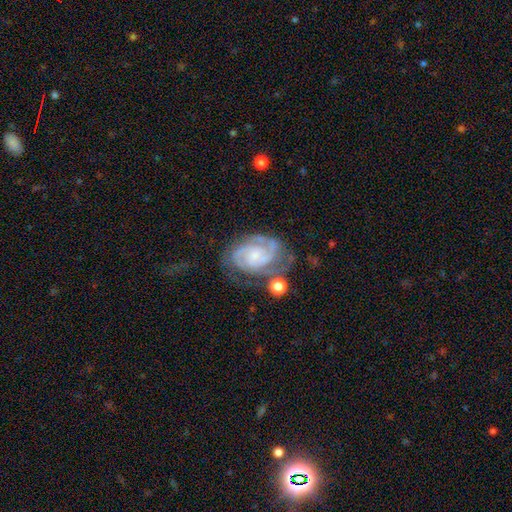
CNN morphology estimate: Smooth or featured: featured or disk — 86% (smooth — 8%)
Edge-on disk: no — 98% (yes — 2%)
Bar: no — 62% (weak — 31%)
Spiral arms: yes — 97% (no — 3%)
Spiral winding: tight — 59% (medium — 34%)
Spiral arm count: 2 — 50% (3 — 22%)
Bulge size: small — 61% (moderate — 22%)
Merging: none — 58% (minor disturbance — 22%)